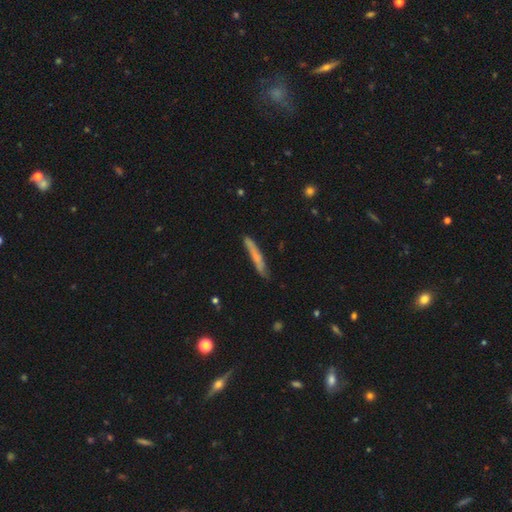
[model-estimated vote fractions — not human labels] smooth-or-featured: smooth: 61% | featured or disk: 32% | star or artifact: 7%
  how-rounded: cigar-shaped: 95% | in between: 4% | round: 2%
  merging: none: 78% | minor disturbance: 17% | major disturbance: 3% | merger: 2%